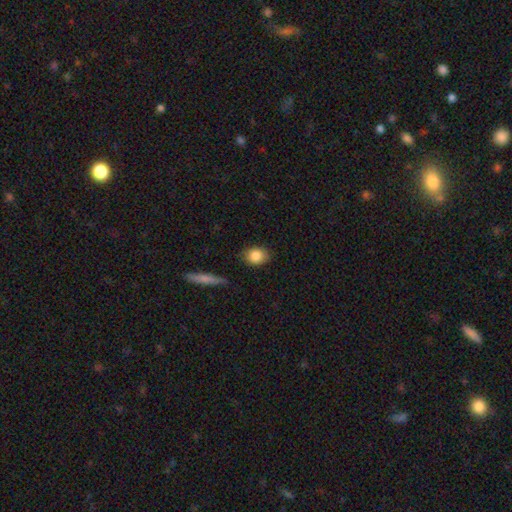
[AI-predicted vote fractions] smooth 85%, star or artifact 8%, featured or disk 7%. Down the decision tree: how rounded — in between (51%); merging — none (84%).